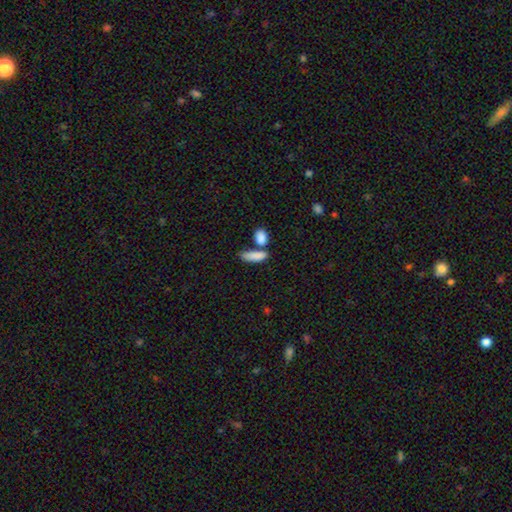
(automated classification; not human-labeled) Q: Smooth or featured?
A: smooth (86%); runner-up: featured or disk (7%)
Q: How rounded?
A: in between (60%); runner-up: cigar-shaped (35%)
Q: Merging?
A: none (50%); runner-up: merger (30%)